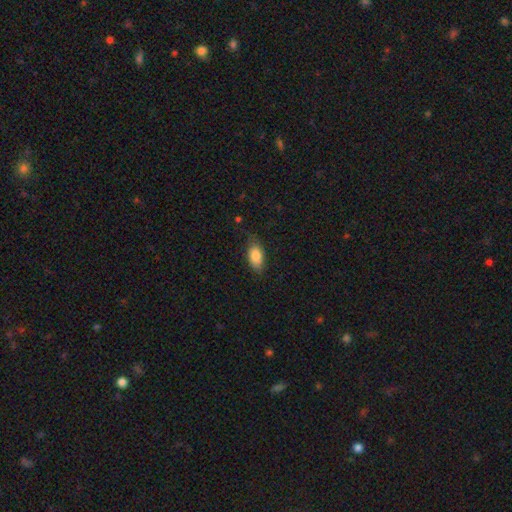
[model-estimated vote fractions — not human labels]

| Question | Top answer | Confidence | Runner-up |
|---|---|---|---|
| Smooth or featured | smooth | 80% | featured or disk (13%) |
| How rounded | in between | 90% | cigar-shaped (6%) |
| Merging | none | 69% | minor disturbance (24%) |